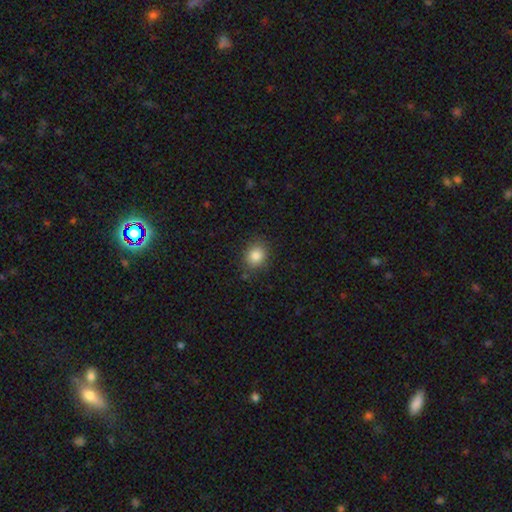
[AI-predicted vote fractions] This is clearly a smooth galaxy (84%). How rounded: likely round (68%). Merging: clearly none (85%).